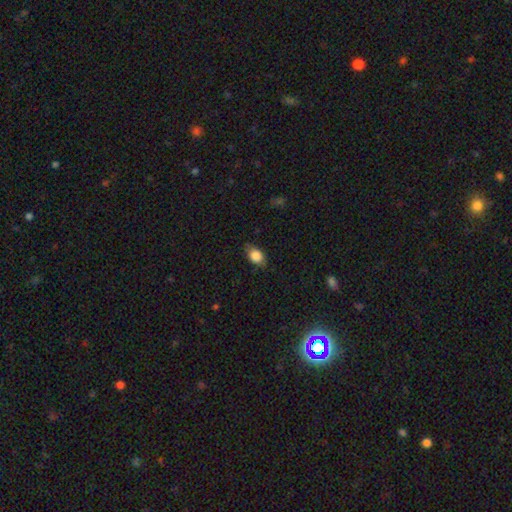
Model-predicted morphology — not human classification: Q: Smooth or featured?
A: smooth (85%); runner-up: star or artifact (8%)
Q: How rounded?
A: in between (81%); runner-up: round (17%)
Q: Merging?
A: none (79%); runner-up: minor disturbance (17%)